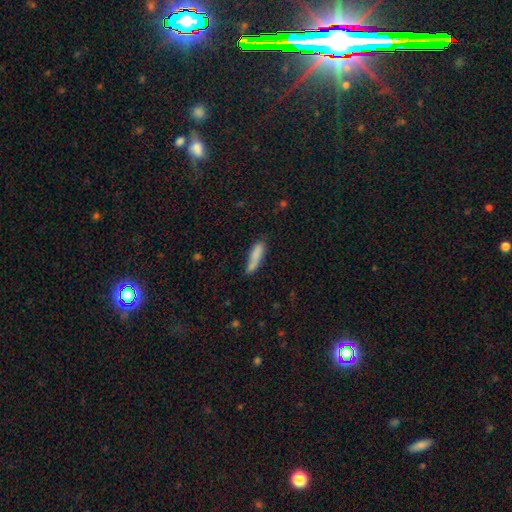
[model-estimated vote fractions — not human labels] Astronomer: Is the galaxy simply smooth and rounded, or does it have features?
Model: smooth — 83%.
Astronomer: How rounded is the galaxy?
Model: cigar-shaped — 65%.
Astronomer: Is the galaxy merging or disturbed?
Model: none — 59%.